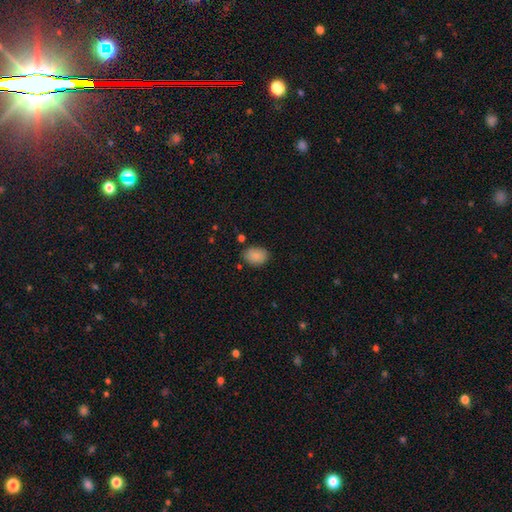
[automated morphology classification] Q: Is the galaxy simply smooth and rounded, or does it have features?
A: smooth — 88%.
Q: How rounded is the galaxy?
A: in between — 77%.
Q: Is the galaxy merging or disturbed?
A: none — 81%.